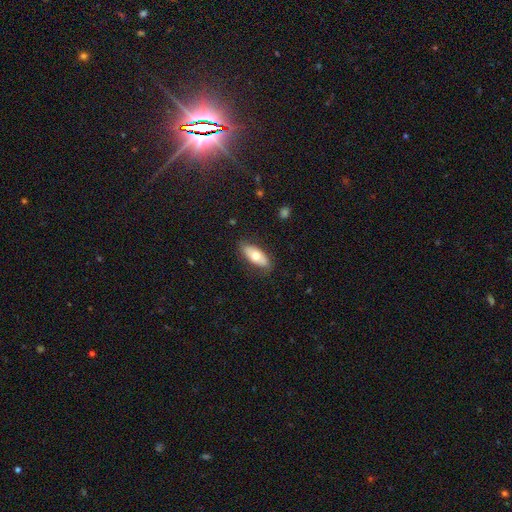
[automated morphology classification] type=smooth (64%); roundness=in between (83%); merging=none (82%).